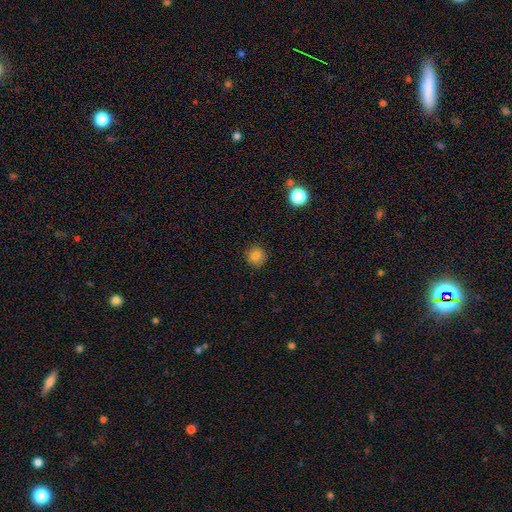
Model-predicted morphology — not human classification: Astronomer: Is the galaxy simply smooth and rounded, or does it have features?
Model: smooth — 82%.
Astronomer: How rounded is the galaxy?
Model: round — 92%.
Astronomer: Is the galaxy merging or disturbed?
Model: none — 89%.